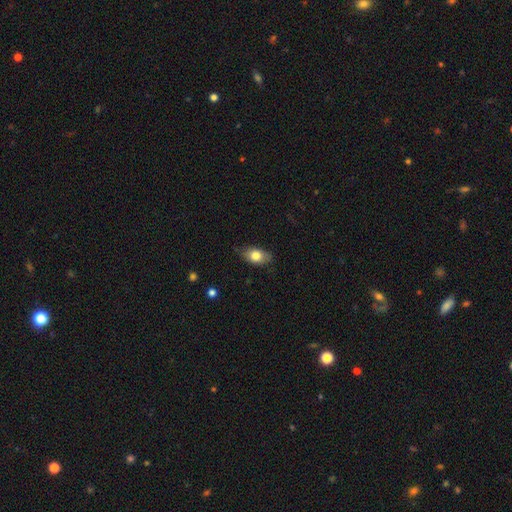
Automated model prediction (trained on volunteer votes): Smooth or featured?
  - smooth: 77% *
  - featured or disk: 16%
  - star or artifact: 7%
How rounded?
  - in between: 85% *
  - round: 12%
  - cigar-shaped: 3%
Merging?
  - none: 73% *
  - minor disturbance: 22%
  - major disturbance: 4%
  - merger: 1%